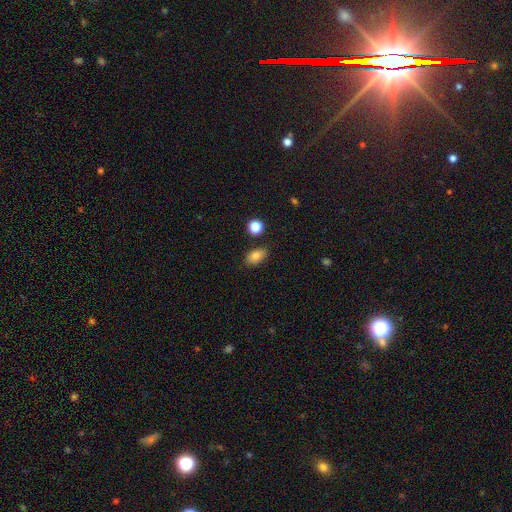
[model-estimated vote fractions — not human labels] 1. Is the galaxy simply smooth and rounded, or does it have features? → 82% smooth, 10% star or artifact, 8% featured or disk.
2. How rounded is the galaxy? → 84% in between, 13% round, 2% cigar-shaped.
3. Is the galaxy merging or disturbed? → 81% none, 13% minor disturbance, 4% merger, 3% major disturbance.